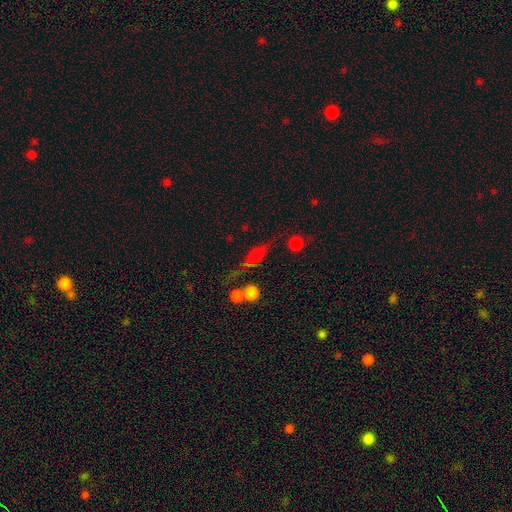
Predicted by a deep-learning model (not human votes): Smooth or featured: smooth — 50% (featured or disk — 31%)
Merging: none — 59% (minor disturbance — 18%)